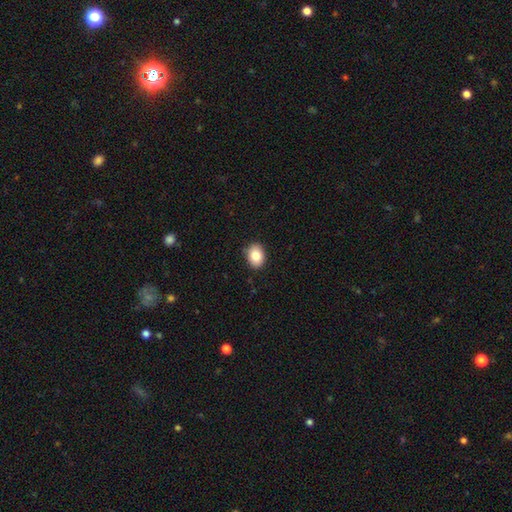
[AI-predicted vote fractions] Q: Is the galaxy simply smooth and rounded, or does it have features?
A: smooth — 85%.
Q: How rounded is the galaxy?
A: in between — 61%.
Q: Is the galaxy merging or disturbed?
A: none — 89%.